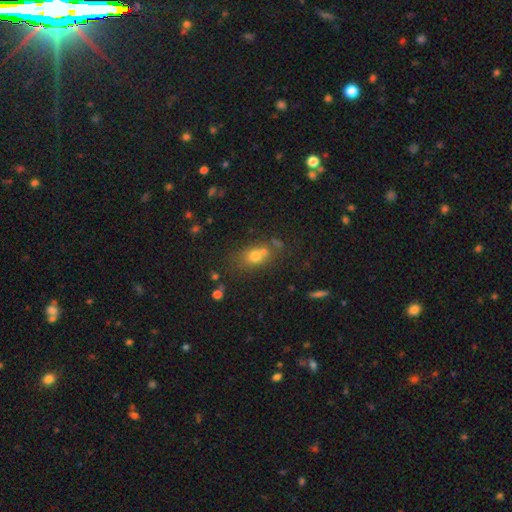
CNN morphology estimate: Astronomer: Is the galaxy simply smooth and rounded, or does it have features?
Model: smooth — 67%.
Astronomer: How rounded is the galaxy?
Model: round — 50% (runner-up: in between, 47%).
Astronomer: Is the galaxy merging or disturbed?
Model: none — 50% (runner-up: merger, 31%).